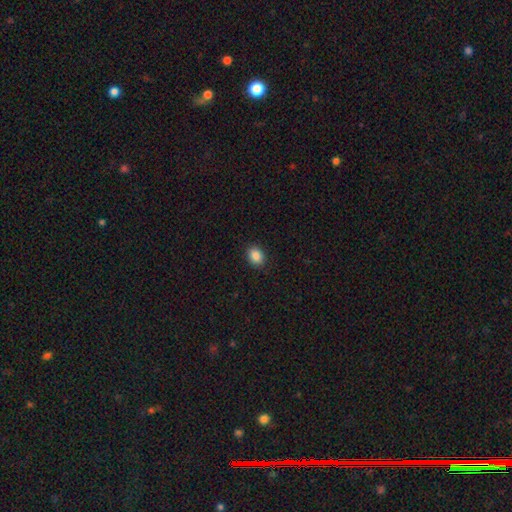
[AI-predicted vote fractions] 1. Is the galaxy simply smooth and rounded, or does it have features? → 88% smooth, 9% star or artifact, 3% featured or disk.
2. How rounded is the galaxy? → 53% in between, 46% round, 1% cigar-shaped.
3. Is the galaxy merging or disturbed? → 90% none, 7% minor disturbance, 2% major disturbance, 1% merger.